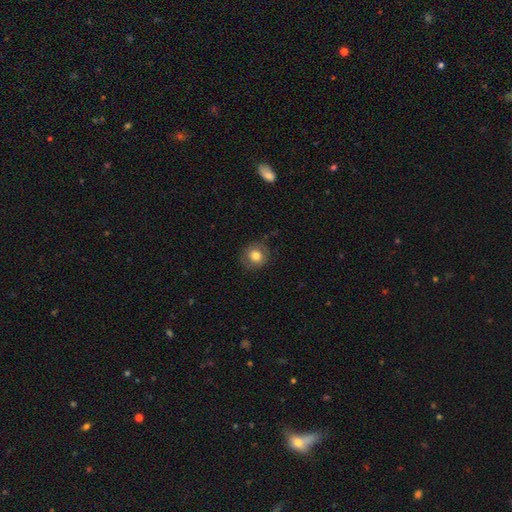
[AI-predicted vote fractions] Morphology: type=smooth (78%); roundness=round (84%); merging=none (80%).